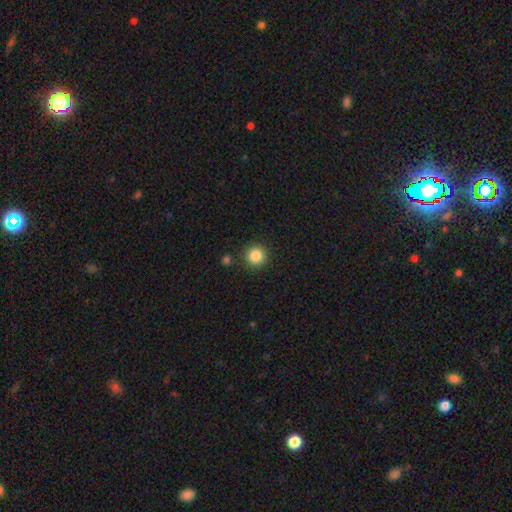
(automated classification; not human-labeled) The model was most divided on "smooth or featured": smooth: 85%, star or artifact: 11%, featured or disk: 4%. More confident: how rounded — round (95%); merging — none (88%).